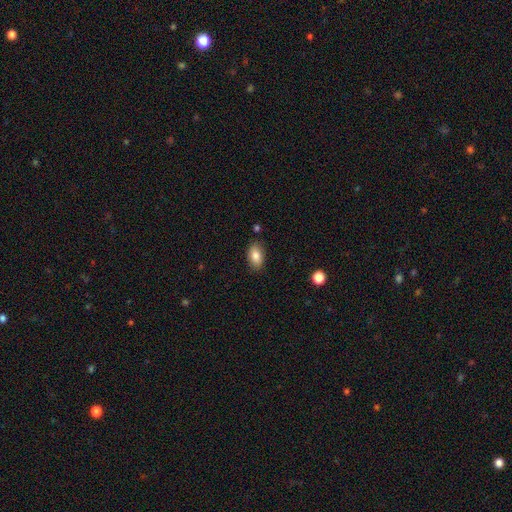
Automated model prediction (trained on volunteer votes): A smooth galaxy with no disk features (83%) that is in between round and cigar-shaped (91%).

Vote fractions:
- Smooth or featured? smooth: 83% / featured or disk: 9% / star or artifact: 8%
- How rounded? in between: 91% / round: 7% / cigar-shaped: 3%
- Merging? none: 85% / minor disturbance: 11% / major disturbance: 2% / merger: 2%